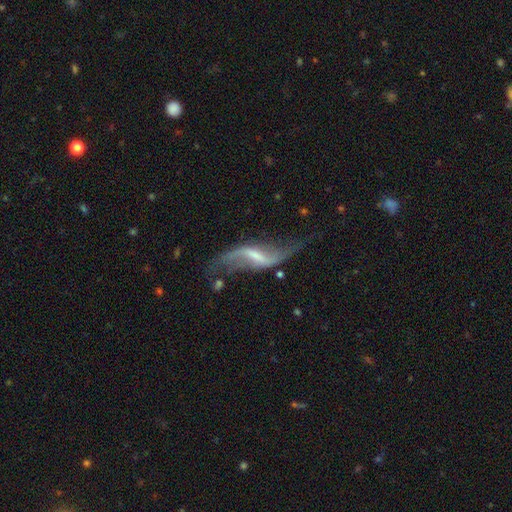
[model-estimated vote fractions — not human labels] Smooth or featured: featured or disk — 87% (smooth — 7%)
Edge-on disk: no — 91% (yes — 9%)
Bar: strong — 44% (weak — 41%)
Spiral arms: yes — 92% (no — 8%)
Spiral winding: loose — 92% (medium — 6%)
Spiral arm count: 2 — 92% (1 — 3%)
Bulge size: small — 45% (none — 30%)
Merging: none — 63% (minor disturbance — 18%)